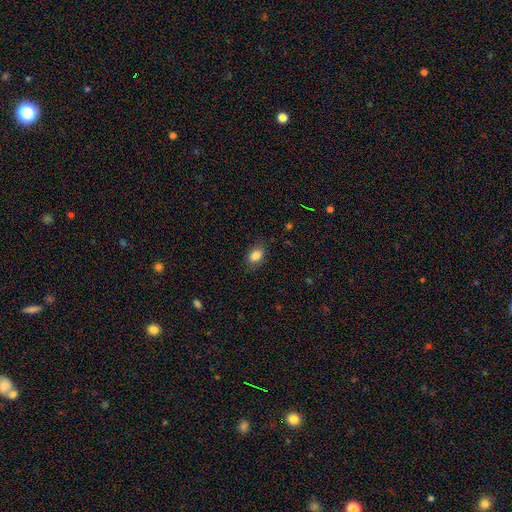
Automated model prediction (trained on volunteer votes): This appears to be a smooth galaxy with no disk features (85%) that is in between round and cigar-shaped (82%). Merging: none (78%).